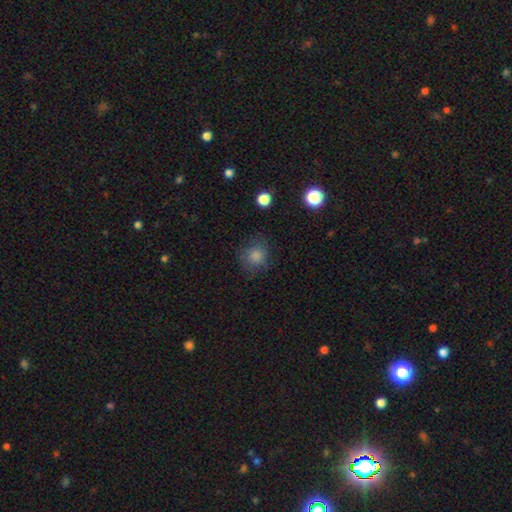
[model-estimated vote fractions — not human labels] This appears to be a smooth galaxy with no disk features (79%) that is round (80%). Merging: none (71%).